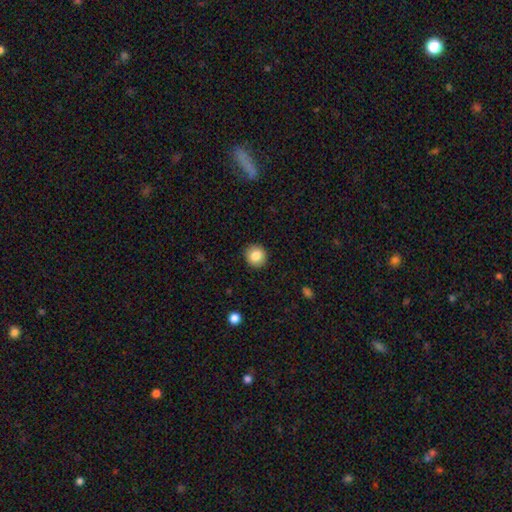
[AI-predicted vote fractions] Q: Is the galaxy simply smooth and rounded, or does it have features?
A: smooth — 84%.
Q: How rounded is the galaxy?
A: round — 91%.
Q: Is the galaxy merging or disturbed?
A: none — 92%.